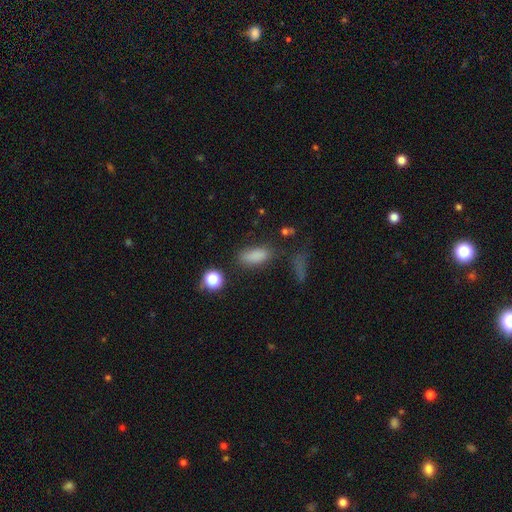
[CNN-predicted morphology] Smooth or featured? Predicted: smooth (p=0.82). How rounded? Predicted: in between (p=0.77). Merging? Predicted: none (p=0.69).